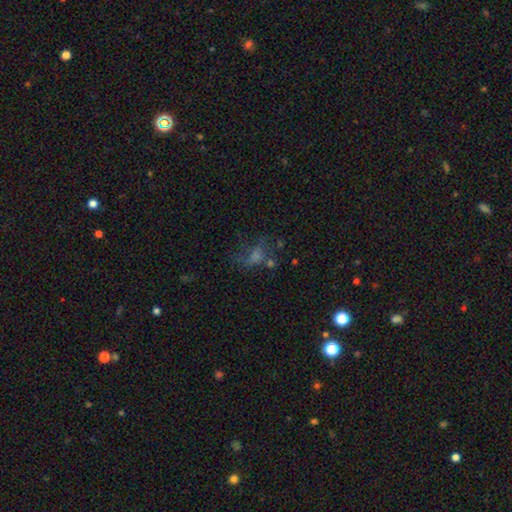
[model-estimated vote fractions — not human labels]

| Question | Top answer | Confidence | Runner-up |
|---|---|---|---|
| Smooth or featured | smooth | 38% | featured or disk (33%) |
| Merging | none | 40% | major disturbance (34%) |